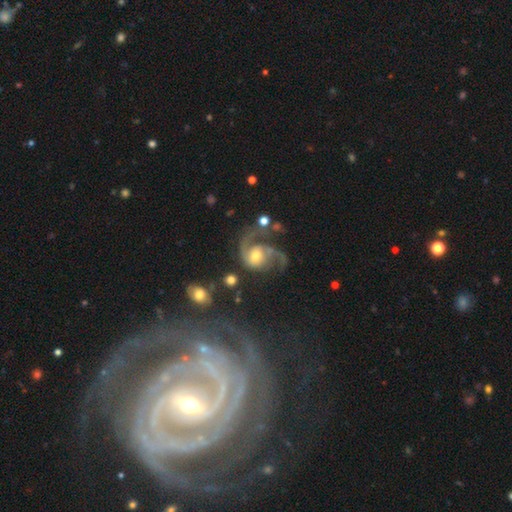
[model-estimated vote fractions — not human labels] featured or disk 83%, smooth 10%, star or artifact 7%. Down the decision tree: edge-on disk — no (98%); bar — no (63%); spiral arms — yes (95%); spiral arm count — 2 (61%); spiral winding — medium (49%); bulge size — moderate (59%); merging — none (45%).